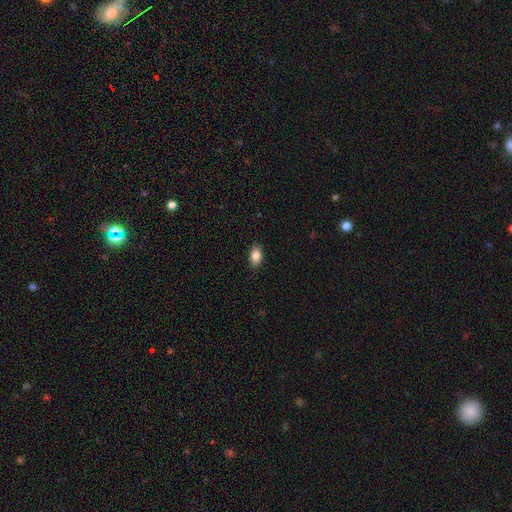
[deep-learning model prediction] The model was most divided on "smooth or featured": smooth: 86%, star or artifact: 8%, featured or disk: 6%. More confident: how rounded — in between (90%); merging — none (89%).